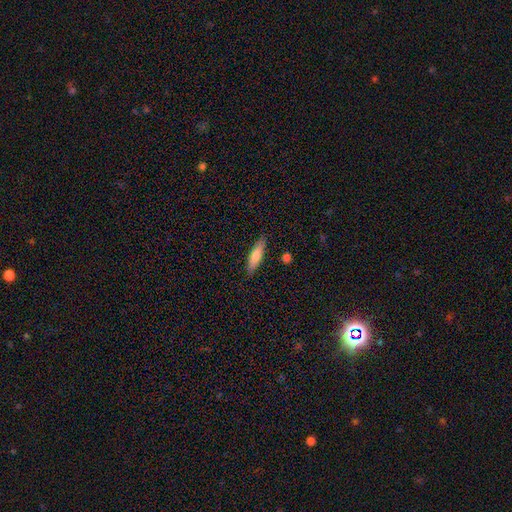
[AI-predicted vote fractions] smooth_or_featured: smooth (p=0.70) [alt: featured or disk p=0.24]
how_rounded: cigar-shaped (p=0.69) [alt: in between p=0.29]
merging: none (p=0.87) [alt: minor disturbance p=0.09]